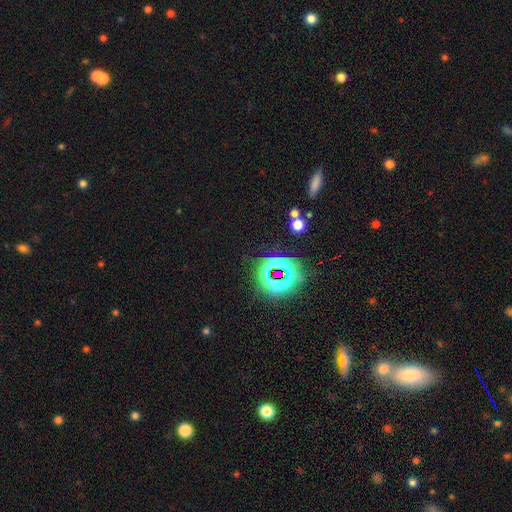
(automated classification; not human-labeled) Overall: star or artifact (79%).